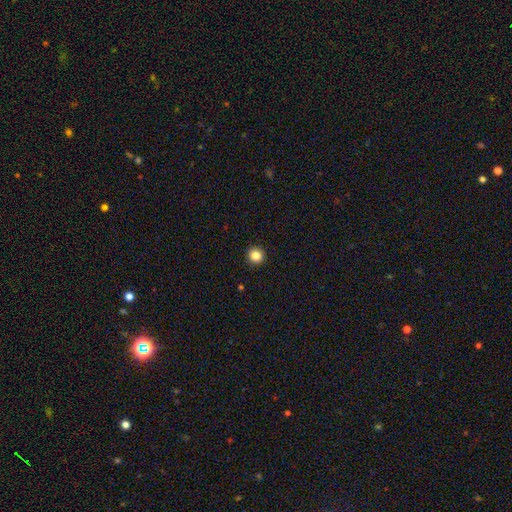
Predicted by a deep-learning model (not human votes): smooth_or_featured: smooth (p=0.85) [alt: star or artifact p=0.11]
how_rounded: round (p=0.94) [alt: in between p=0.05]
merging: none (p=0.94) [alt: minor disturbance p=0.04]